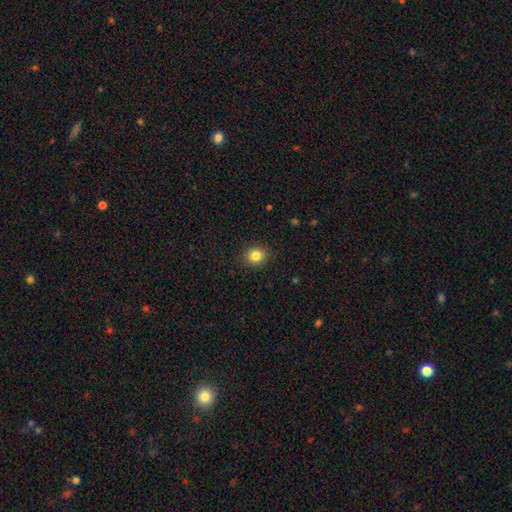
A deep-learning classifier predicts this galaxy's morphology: The model was most divided on "how rounded": round: 78%, in between: 21%, cigar-shaped: 1%. More confident: merging — none (90%); smooth or featured — smooth (84%).